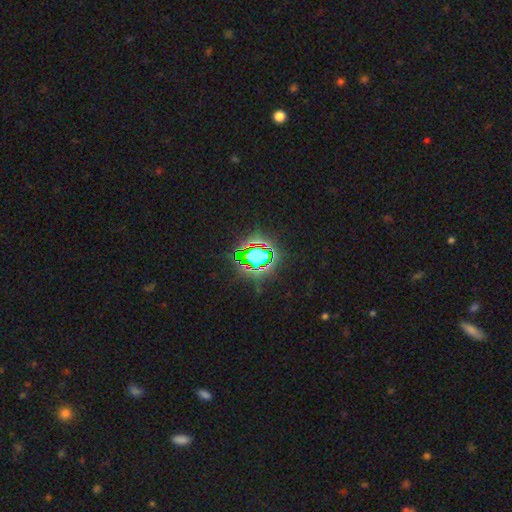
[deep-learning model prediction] The model was most divided on "smooth or featured": star or artifact: 71%, smooth: 18%, featured or disk: 12%.